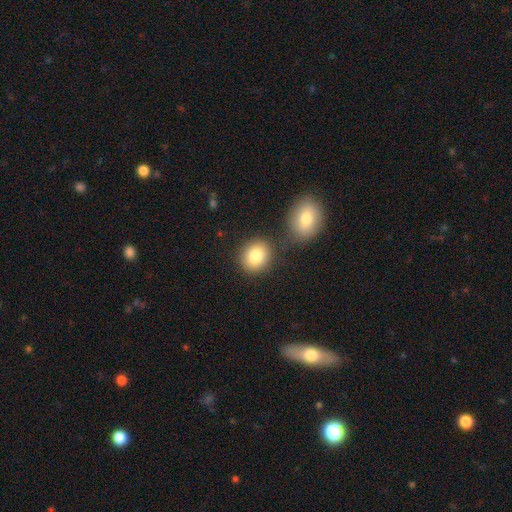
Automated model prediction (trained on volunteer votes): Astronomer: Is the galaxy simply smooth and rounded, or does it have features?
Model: smooth — 84%.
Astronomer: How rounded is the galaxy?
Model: round — 73%.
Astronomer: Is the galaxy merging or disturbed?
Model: none — 75%.